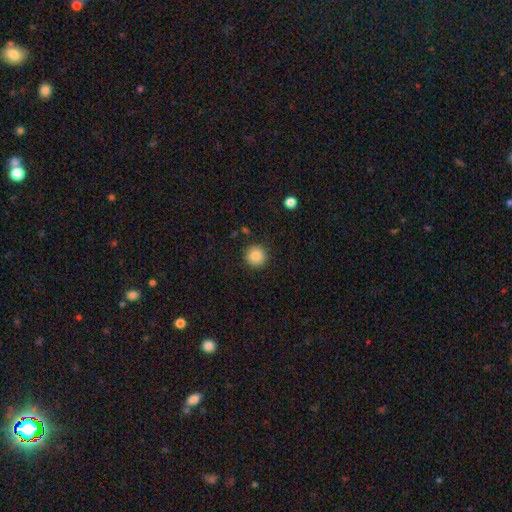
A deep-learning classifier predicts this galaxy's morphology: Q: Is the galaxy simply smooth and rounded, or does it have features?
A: smooth — 86%.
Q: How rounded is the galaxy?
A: round — 95%.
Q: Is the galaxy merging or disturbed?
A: none — 90%.